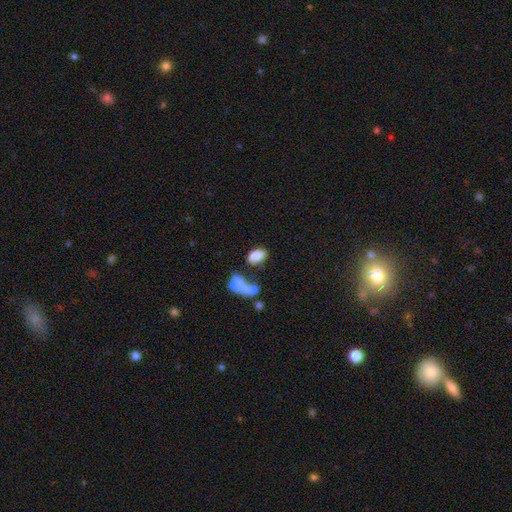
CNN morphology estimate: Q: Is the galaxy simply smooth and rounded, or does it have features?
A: smooth — 78%.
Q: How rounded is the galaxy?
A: in between — 92%.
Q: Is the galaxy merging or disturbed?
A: none — 47%.